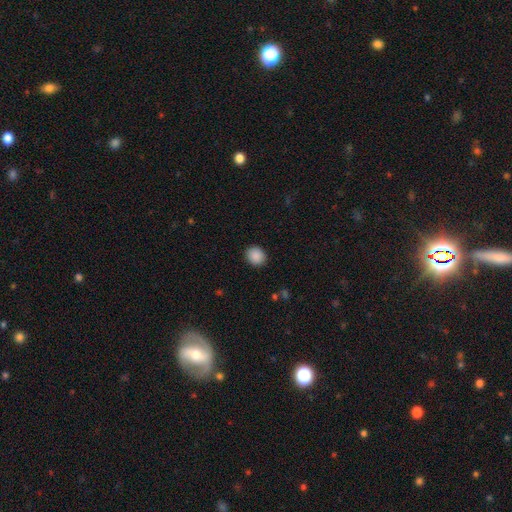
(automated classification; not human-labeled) This appears to be a smooth galaxy with no disk features (89%) that is round (71%). Merging: none (90%).